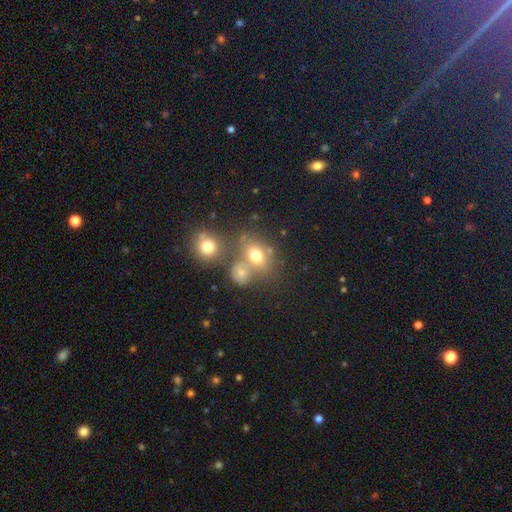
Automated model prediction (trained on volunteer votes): The model was most divided on "how rounded": round: 54%, in between: 44%, cigar-shaped: 2%. Remaining: smooth or featured — smooth (70%); merging — none (48%).